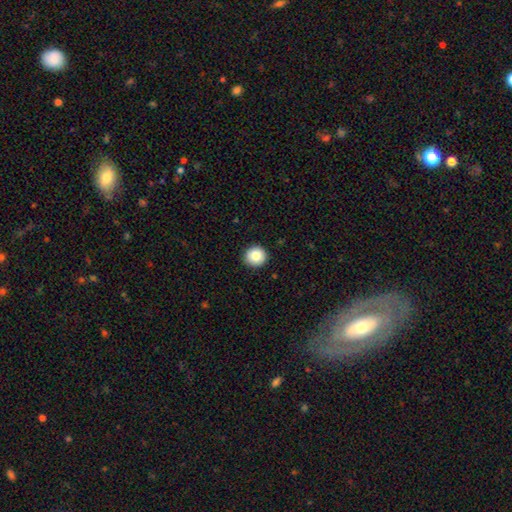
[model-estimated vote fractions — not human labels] smooth_or_featured: smooth (p=0.83) [alt: star or artifact p=0.09]
how_rounded: round (p=0.94) [alt: in between p=0.05]
merging: none (p=0.92) [alt: minor disturbance p=0.05]